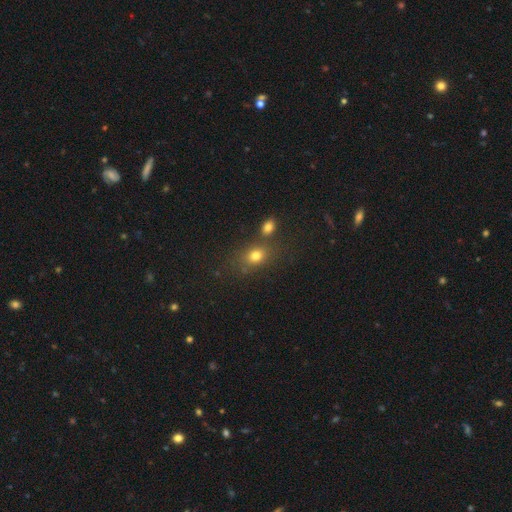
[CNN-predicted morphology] Smooth or featured? Predicted: smooth (p=0.76). How rounded? Predicted: in between (p=0.61). Merging? Predicted: none (p=0.61).